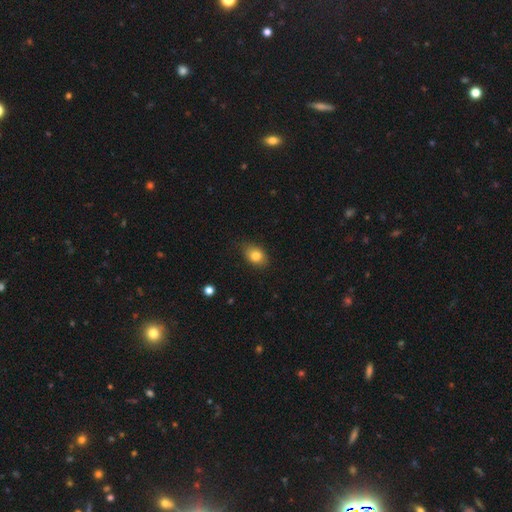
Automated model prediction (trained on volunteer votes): Morphology: type=smooth (81%); roundness=in between (73%); merging=none (74%).